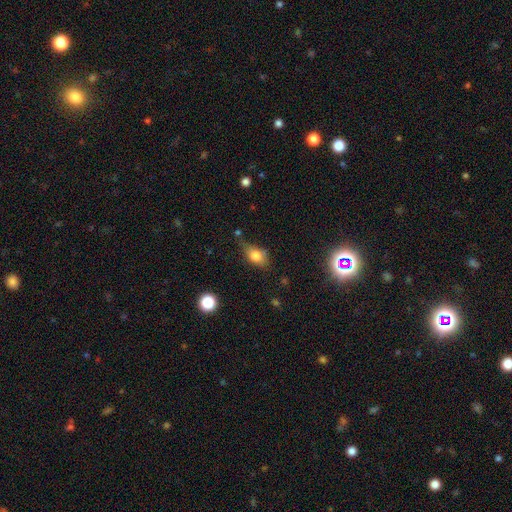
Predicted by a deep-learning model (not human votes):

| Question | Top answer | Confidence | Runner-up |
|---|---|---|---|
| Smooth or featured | smooth | 77% | featured or disk (13%) |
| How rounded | in between | 80% | round (16%) |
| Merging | none | 52% | minor disturbance (33%) |